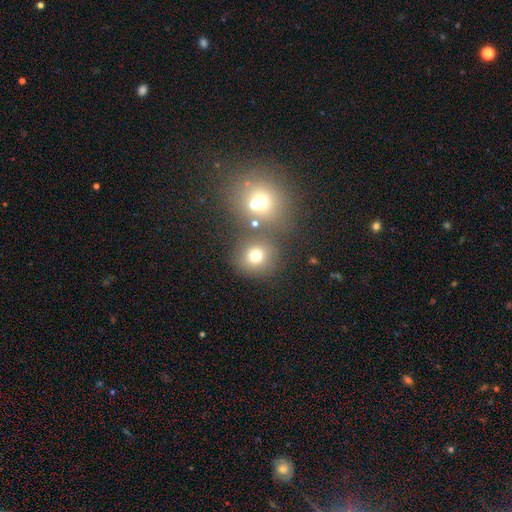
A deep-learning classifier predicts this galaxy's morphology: A smooth galaxy with no disk features (72%) that is round (85%). Merging: none (67%).